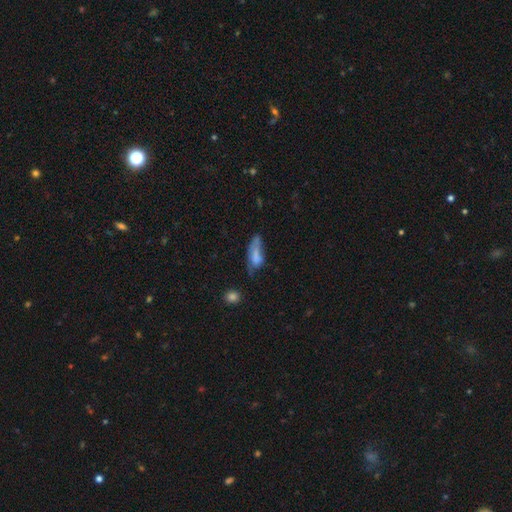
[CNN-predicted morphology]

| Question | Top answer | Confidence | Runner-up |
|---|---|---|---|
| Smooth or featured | smooth | 62% | featured or disk (27%) |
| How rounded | in between | 66% | cigar-shaped (31%) |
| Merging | minor disturbance | 30% | tied: none (30%) |